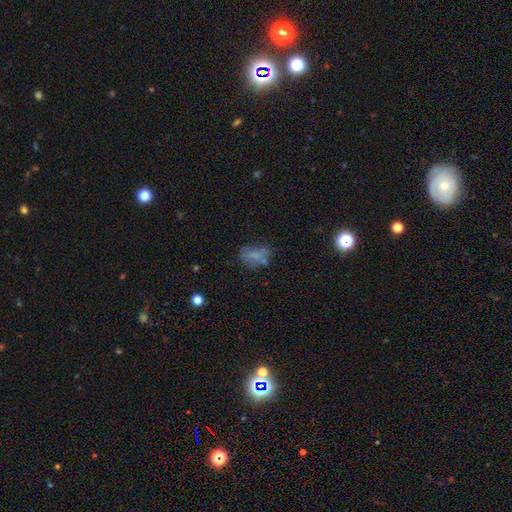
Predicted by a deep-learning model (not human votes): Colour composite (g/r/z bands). It shows a smooth galaxy with no disk features (55%) that is in between round and cigar-shaped (76%). Merging: none (48%).